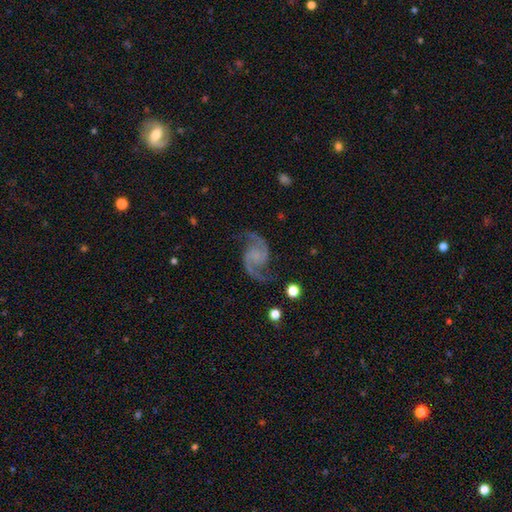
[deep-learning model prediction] A featured or disk galaxy (92%) with no bar (60%), 2 (94%) medium (50%) spiral arms (98%) and no central bulge (58%).

Vote fractions:
- Smooth or featured? featured or disk: 92% / star or artifact: 5% / smooth: 3%
- Edge-on disk? no: 98% / yes: 2%
- Bar? no: 60% / weak: 31% / strong: 9%
- Spiral arms? yes: 98% / no: 2%
- Spiral winding? medium: 50% / loose: 40% / tight: 9%
- Spiral arm count? 2: 94% / can't tell: 1% / 3: 1% / 1: 1% / 4: 1% / more than 4: 1%
- Bulge size? none: 58% / small: 28% / moderate: 9% / large: 3% / dominant: 1%
- Merging? none: 79% / minor disturbance: 13% / major disturbance: 6% / merger: 2%